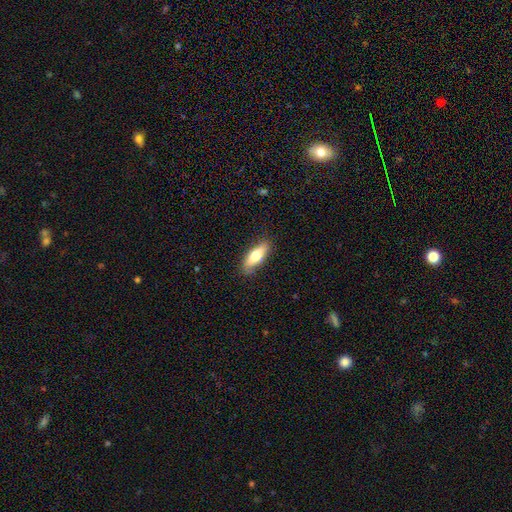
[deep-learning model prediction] smooth_or_featured: smooth (p=0.66) [alt: featured or disk p=0.28]
how_rounded: in between (p=0.56) [alt: cigar-shaped p=0.42]
merging: none (p=0.84) [alt: minor disturbance p=0.13]